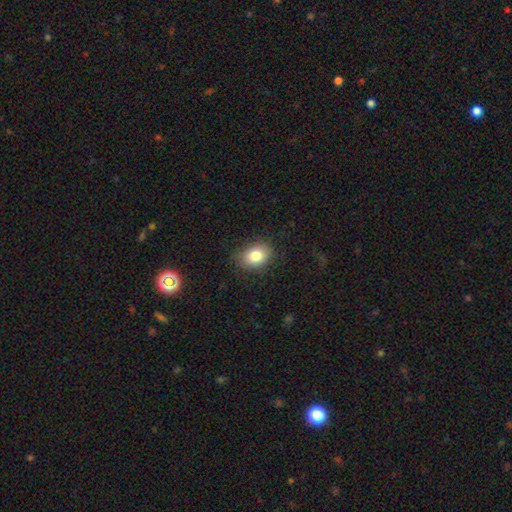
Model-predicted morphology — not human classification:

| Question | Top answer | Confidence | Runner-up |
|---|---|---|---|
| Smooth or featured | smooth | 83% | star or artifact (9%) |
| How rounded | in between | 69% | round (30%) |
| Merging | none | 81% | minor disturbance (14%) |